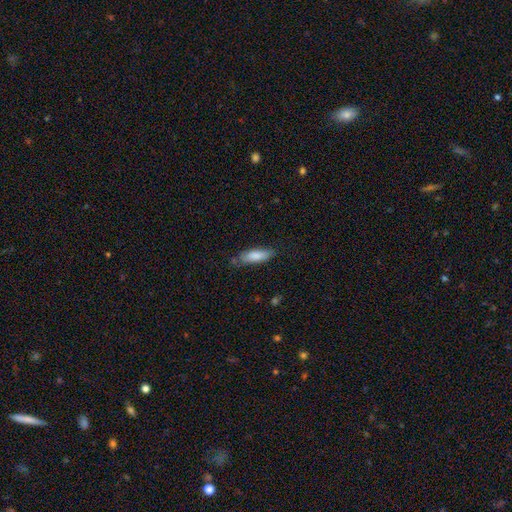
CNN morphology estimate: smooth 83%, featured or disk 11%, star or artifact 6%. Down the decision tree: how rounded — in between (54%); merging — none (71%).